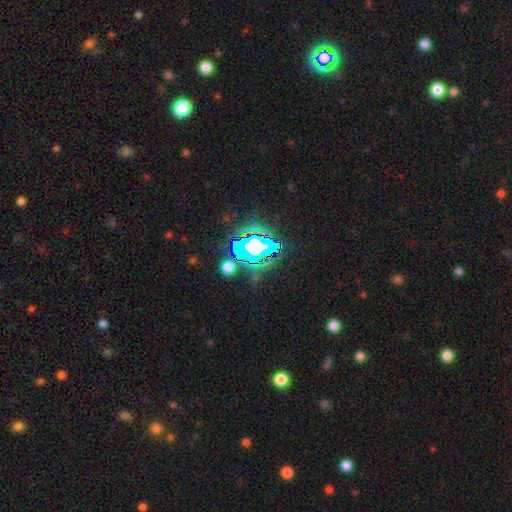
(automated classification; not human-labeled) Q: Smooth or featured?
A: star or artifact (81%); runner-up: smooth (12%)